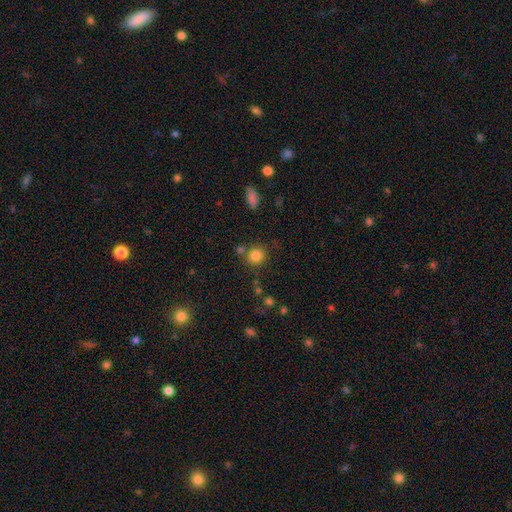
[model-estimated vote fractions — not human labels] A smooth galaxy with no disk features (83%) that is round (87%). Merging: none (76%).